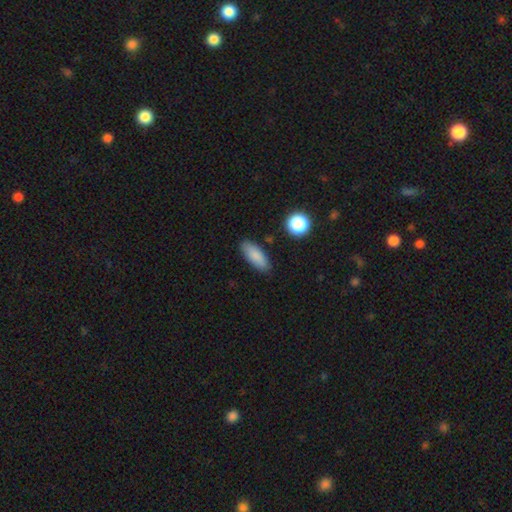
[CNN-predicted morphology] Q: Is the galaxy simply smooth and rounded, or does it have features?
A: smooth — 86%.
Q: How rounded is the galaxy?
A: in between — 77%.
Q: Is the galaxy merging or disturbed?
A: none — 84%.